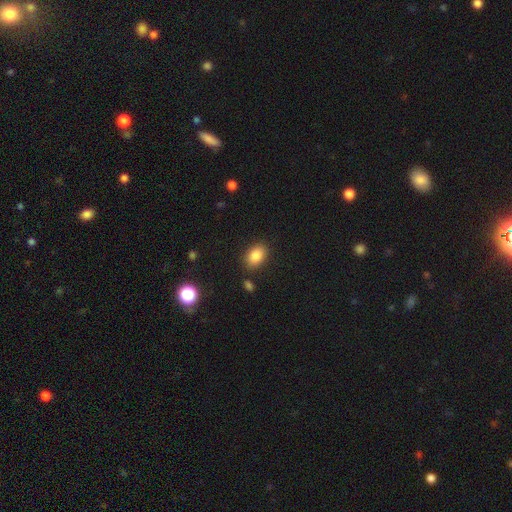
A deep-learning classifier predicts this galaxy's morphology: smooth_or_featured: smooth (p=0.85) [alt: star or artifact p=0.09]
how_rounded: in between (p=0.85) [alt: round p=0.14]
merging: none (p=0.86) [alt: minor disturbance p=0.09]